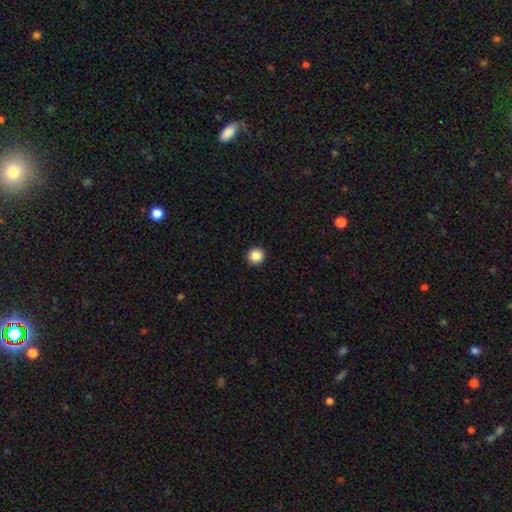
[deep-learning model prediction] Smooth or featured? Predicted: smooth (p=0.86). How rounded? Predicted: round (p=0.95). Merging? Predicted: none (p=0.94).